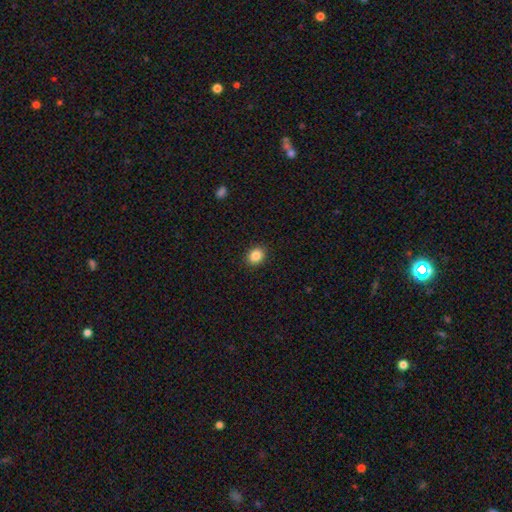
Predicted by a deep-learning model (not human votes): Smooth or featured: smooth — 85% (star or artifact — 10%)
How rounded: round — 59% (in between — 40%)
Merging: none — 91% (minor disturbance — 6%)